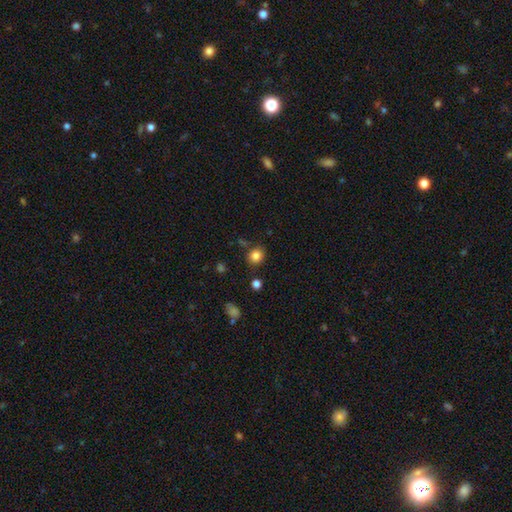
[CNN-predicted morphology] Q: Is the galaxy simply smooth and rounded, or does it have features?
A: smooth — 83%.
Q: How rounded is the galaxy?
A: round — 77%.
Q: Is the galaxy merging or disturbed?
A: none — 83%.